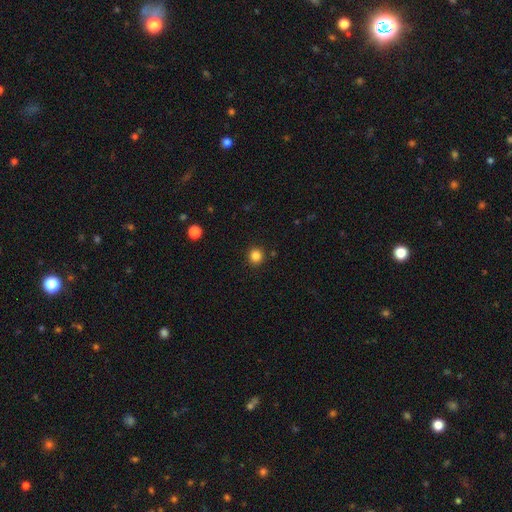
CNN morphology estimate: A smooth galaxy with no disk features (84%) that is round (92%).

Vote fractions:
- Smooth or featured? smooth: 84% / star or artifact: 12% / featured or disk: 3%
- How rounded? round: 92% / in between: 8% / cigar-shaped: 1%
- Merging? none: 91% / minor disturbance: 6% / major disturbance: 2% / merger: 2%